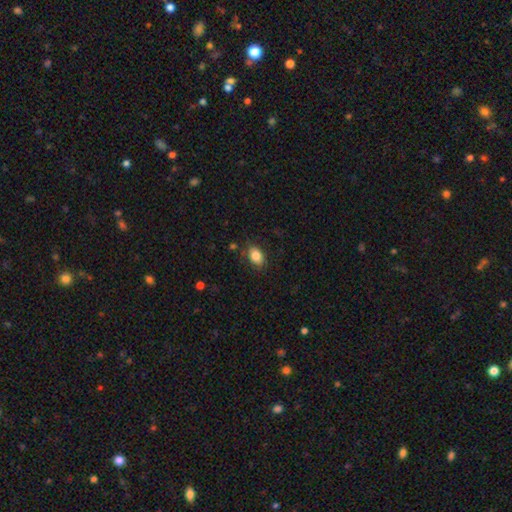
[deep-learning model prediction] A smooth galaxy with no disk features (84%) that is in between round and cigar-shaped (85%).

Vote fractions:
- Smooth or featured? smooth: 84% / star or artifact: 8% / featured or disk: 8%
- How rounded? in between: 85% / round: 13% / cigar-shaped: 2%
- Merging? none: 82% / minor disturbance: 13% / major disturbance: 3% / merger: 2%